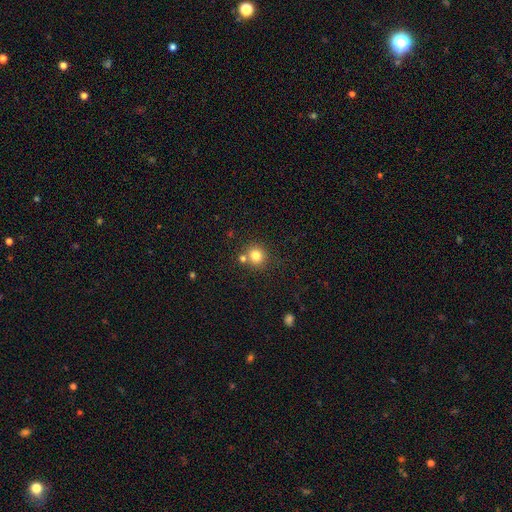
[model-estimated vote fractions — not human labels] Q: Smooth or featured?
A: smooth (79%); runner-up: star or artifact (13%)
Q: How rounded?
A: round (90%); runner-up: in between (9%)
Q: Merging?
A: none (69%); runner-up: merger (19%)